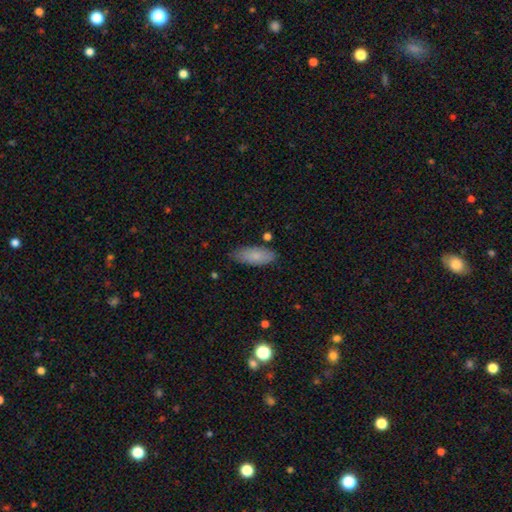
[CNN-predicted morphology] The model was most divided on "merging": none: 78%, minor disturbance: 17%, major disturbance: 3%, merger: 2%. More confident: smooth or featured — smooth (82%); how rounded — in between (80%).